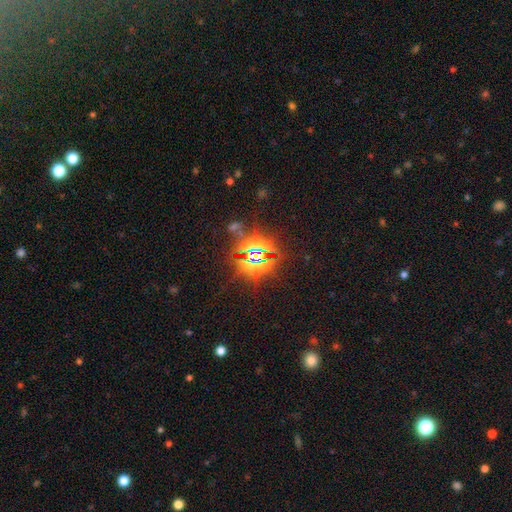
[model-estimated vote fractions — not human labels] smooth-or-featured: star or artifact: 82% | smooth: 10% | featured or disk: 8%